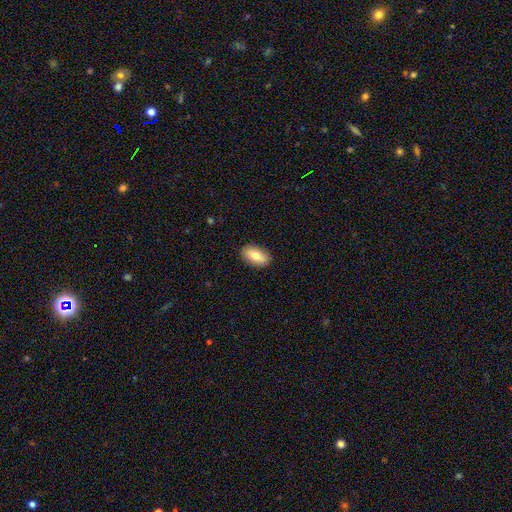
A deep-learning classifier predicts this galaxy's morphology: type=smooth (73%); roundness=in between (90%); merging=none (88%).